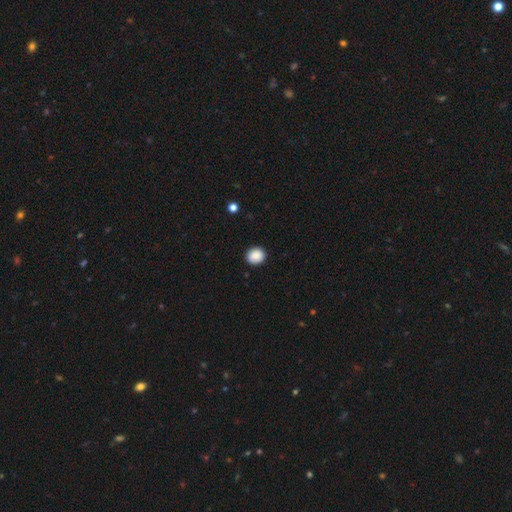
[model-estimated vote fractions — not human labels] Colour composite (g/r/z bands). It shows a smooth galaxy with no disk features (89%) that is round (80%). Merging: none (91%).